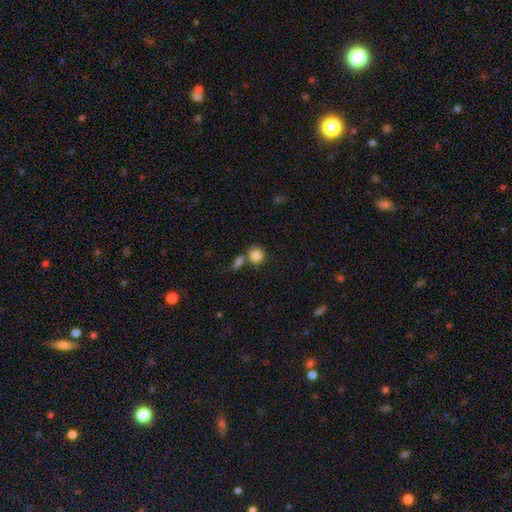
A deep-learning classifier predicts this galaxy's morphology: Smooth or featured: smooth — 85% (star or artifact — 9%)
How rounded: round — 85% (in between — 14%)
Merging: none — 57% (merger — 29%)